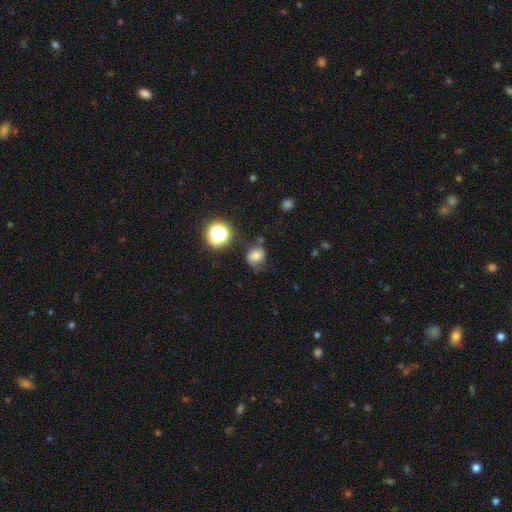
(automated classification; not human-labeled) smooth_or_featured: smooth (p=0.57) [alt: featured or disk p=0.25]
how_rounded: round (p=0.67) [alt: in between p=0.32]
merging: none (p=0.58) [alt: minor disturbance p=0.26]